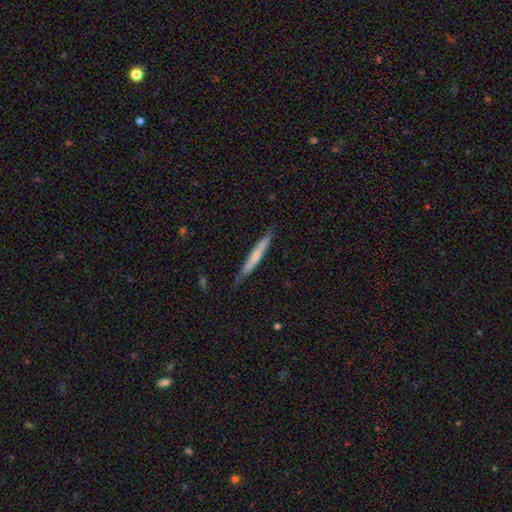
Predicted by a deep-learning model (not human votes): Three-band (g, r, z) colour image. It shows a smooth galaxy with no disk features (55%) that is cigar-shaped (96%). Merging: none (81%).